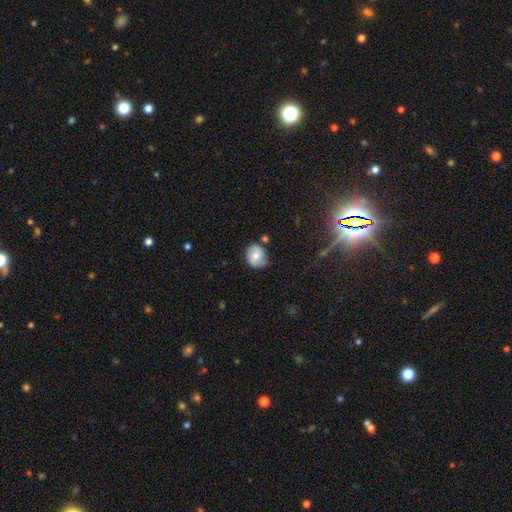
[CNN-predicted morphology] The model was most divided on "smooth or featured": smooth: 55%, featured or disk: 37%, star or artifact: 8%. More confident: how rounded — round (65%); merging — none (62%).